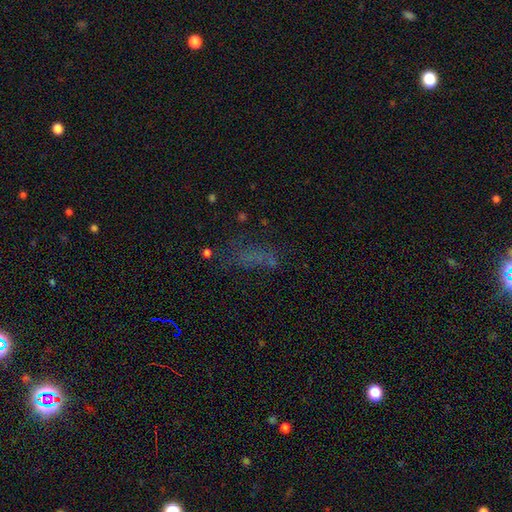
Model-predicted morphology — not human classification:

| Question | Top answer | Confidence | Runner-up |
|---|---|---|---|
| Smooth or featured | smooth | 43% | star or artifact (36%) |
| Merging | none | 59% | minor disturbance (18%) |